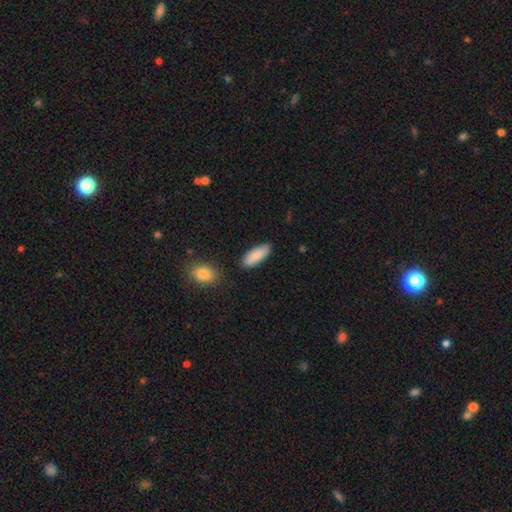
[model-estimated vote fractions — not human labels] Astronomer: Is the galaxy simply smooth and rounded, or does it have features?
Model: smooth — 88%.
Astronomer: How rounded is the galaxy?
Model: in between — 73%.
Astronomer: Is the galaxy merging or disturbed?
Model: none — 86%.